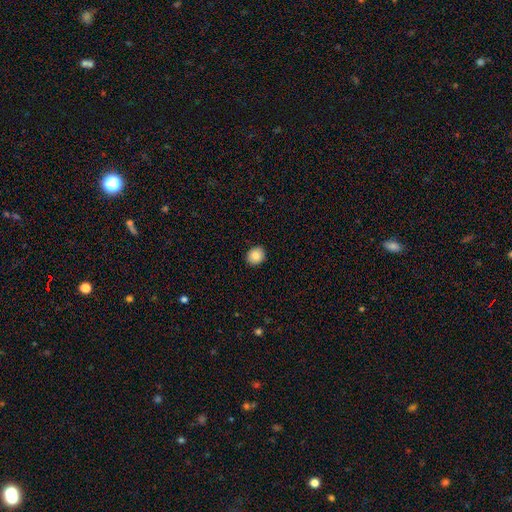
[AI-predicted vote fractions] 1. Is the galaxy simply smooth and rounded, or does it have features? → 86% smooth, 8% star or artifact, 5% featured or disk.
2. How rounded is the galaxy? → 76% round, 23% in between, 1% cigar-shaped.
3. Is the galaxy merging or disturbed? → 91% none, 6% minor disturbance, 2% major disturbance, 1% merger.